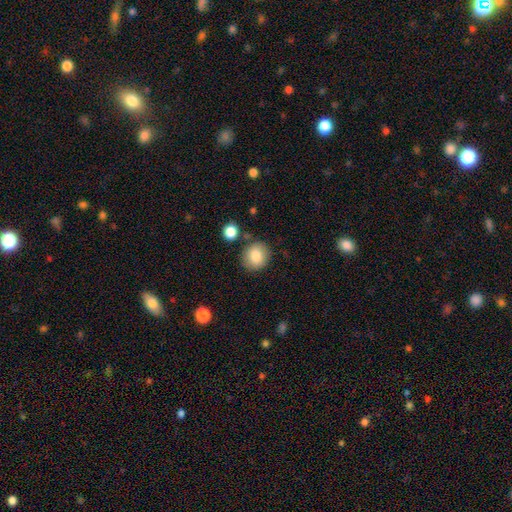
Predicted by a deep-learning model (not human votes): A smooth galaxy with no disk features (84%) that is round (81%). Merging: none (82%).